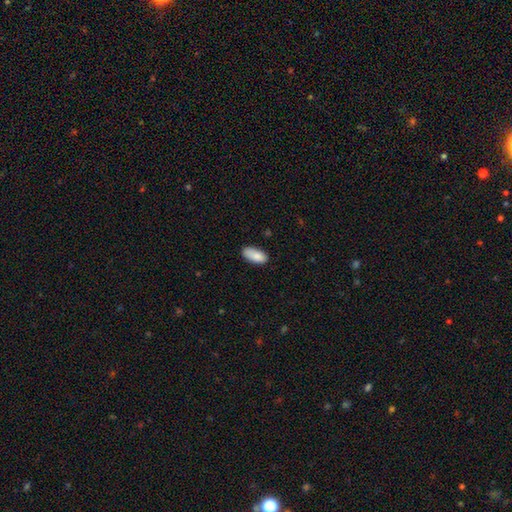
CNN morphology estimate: This is clearly a smooth galaxy (86%). How rounded: clearly in between (91%). Merging: likely none (76%).